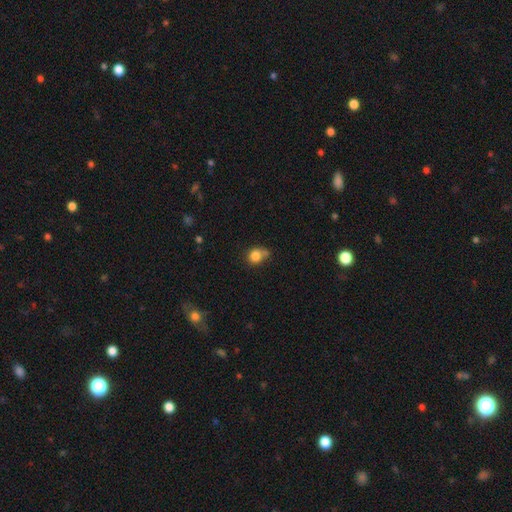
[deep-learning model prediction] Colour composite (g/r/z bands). It shows a smooth galaxy with no disk features (81%) that is round (71%). Merging: none (47%).